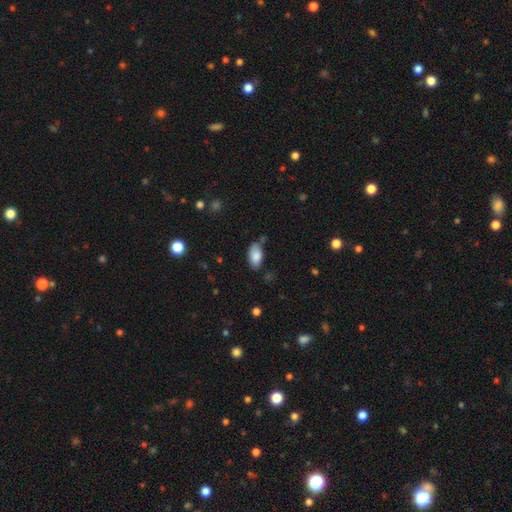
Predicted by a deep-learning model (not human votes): A smooth galaxy with no disk features (86%) that is in between round and cigar-shaped (94%). Merging: none (71%).